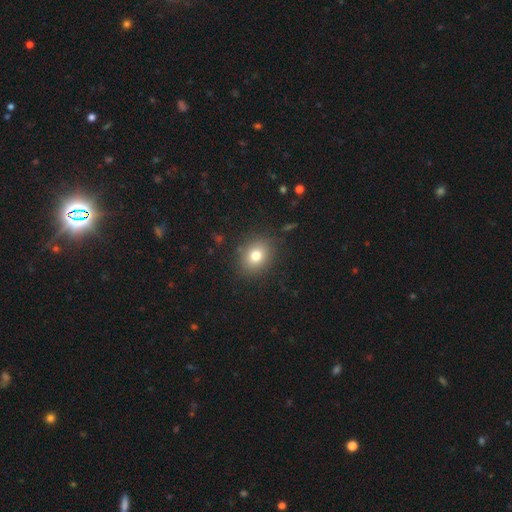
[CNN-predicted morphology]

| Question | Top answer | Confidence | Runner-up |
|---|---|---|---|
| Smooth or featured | smooth | 78% | star or artifact (12%) |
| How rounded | round | 58% | in between (41%) |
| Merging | none | 86% | minor disturbance (9%) |